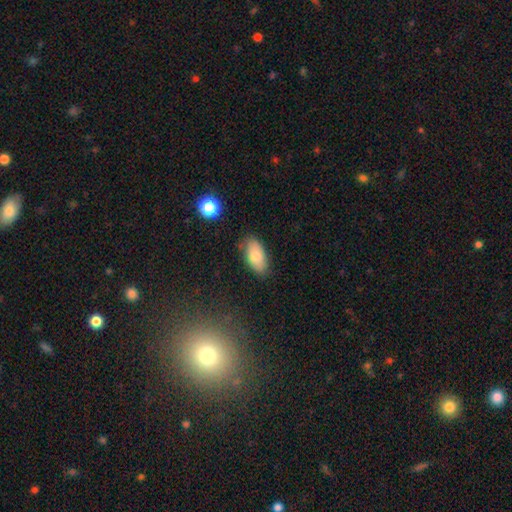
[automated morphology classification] A smooth galaxy with no disk features (83%) that is in between round and cigar-shaped (92%). Merging: none (78%).